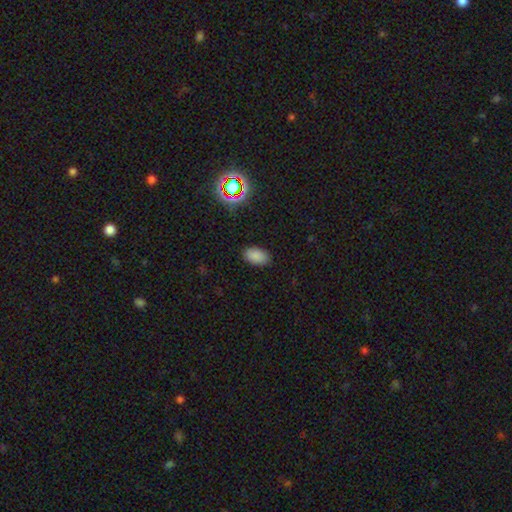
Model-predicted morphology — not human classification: Overall: smooth (83%). How rounded: in between (91%). Merging: none (87%).